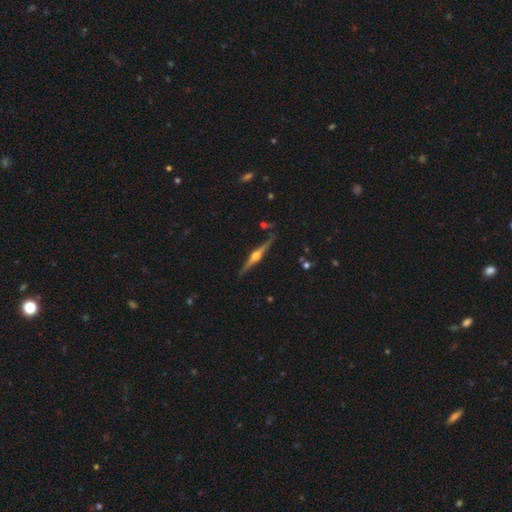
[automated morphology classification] A featured or disk galaxy (85%) viewed edge-on (98%) with a rounded central bulge (95%).

Vote fractions:
- Smooth or featured? featured or disk: 85% / smooth: 9% / star or artifact: 6%
- Edge-on disk? yes: 98% / no: 2%
- Edge-on bulge? rounded: 95% / boxy: 3% / none: 2%
- Merging? none: 88% / minor disturbance: 8% / merger: 2% / major disturbance: 2%